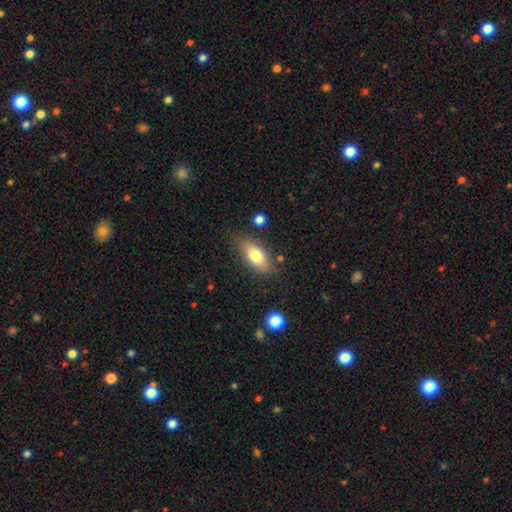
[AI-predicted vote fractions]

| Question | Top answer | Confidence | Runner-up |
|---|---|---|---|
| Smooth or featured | smooth | 74% | featured or disk (18%) |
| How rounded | in between | 83% | cigar-shaped (12%) |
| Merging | none | 78% | minor disturbance (15%) |